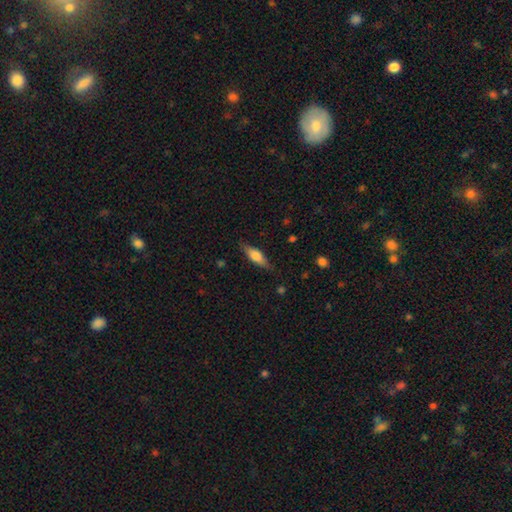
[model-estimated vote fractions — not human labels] Smooth or featured?
  - smooth: 66% *
  - featured or disk: 27%
  - star or artifact: 6%
How rounded?
  - in between: 49% * (tied)
  - cigar-shaped: 49% * (tied)
  - round: 2%
Merging?
  - none: 81% *
  - minor disturbance: 15%
  - major disturbance: 3%
  - merger: 1%